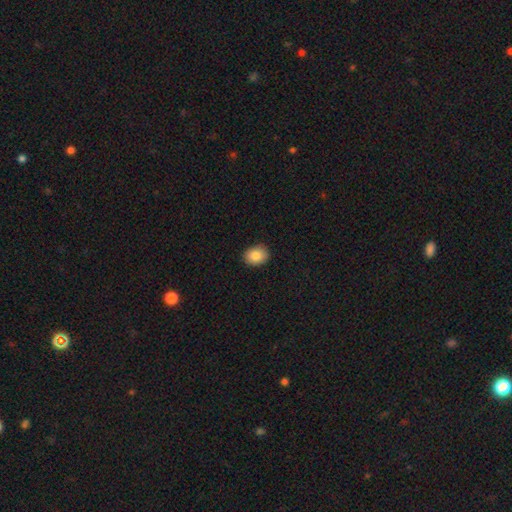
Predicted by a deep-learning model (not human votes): Smooth or featured? smooth (85%)
How rounded? in between (54%)
Merging? none (90%)